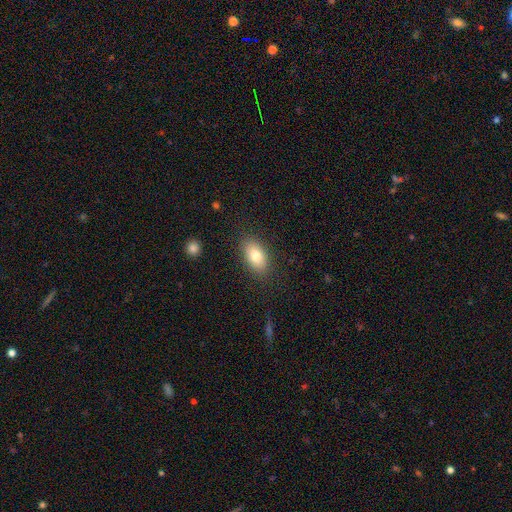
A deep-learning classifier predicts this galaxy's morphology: Overall: smooth (78%). How rounded: in between (90%). Merging: none (85%).